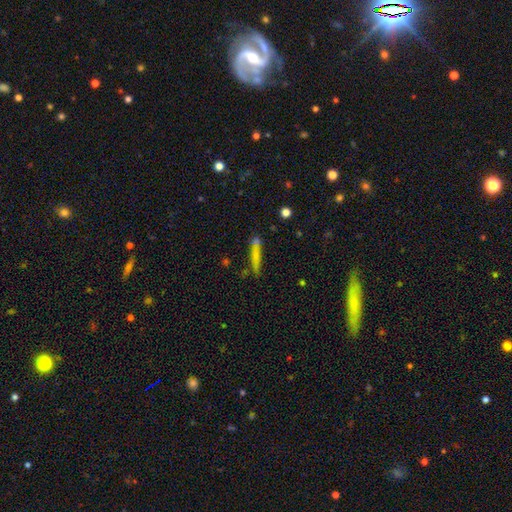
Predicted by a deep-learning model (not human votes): Smooth or featured? smooth (68%)
How rounded? cigar-shaped (90%)
Merging? none (67%)